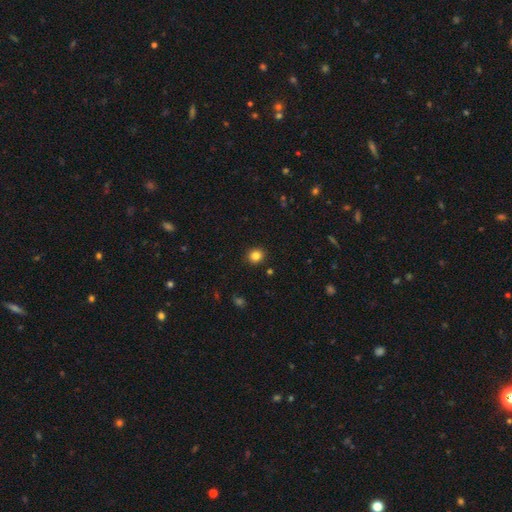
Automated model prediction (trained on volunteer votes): smooth-or-featured: smooth: 83% | star or artifact: 12% | featured or disk: 5%
  how-rounded: round: 86% | in between: 13% | cigar-shaped: 1%
  merging: none: 91% | minor disturbance: 6% | major disturbance: 2% | merger: 1%